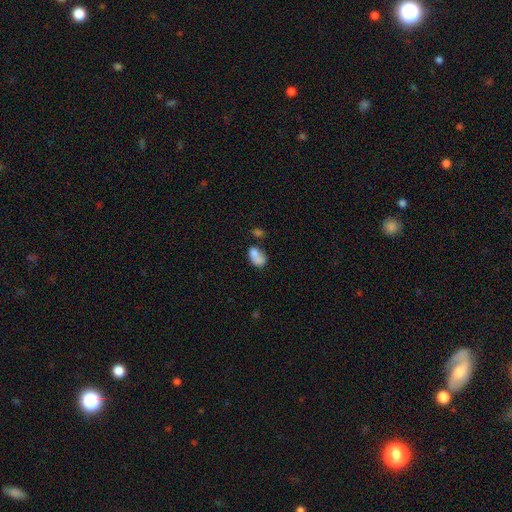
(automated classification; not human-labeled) A smooth galaxy with no disk features (73%) that is in between round and cigar-shaped (83%). Merging: merger (39%).